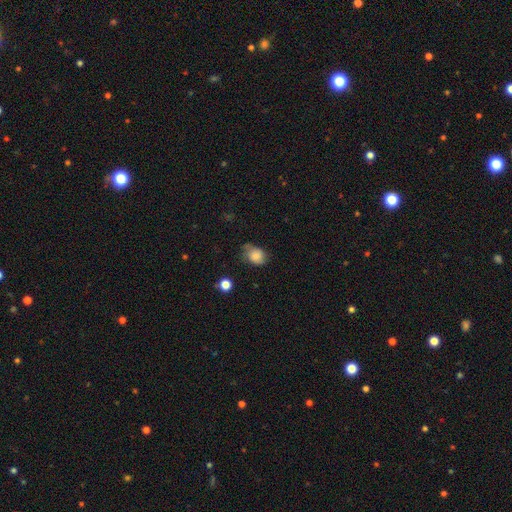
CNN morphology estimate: Q: Smooth or featured?
A: smooth (77%); runner-up: featured or disk (13%)
Q: How rounded?
A: in between (57%); runner-up: round (42%)
Q: Merging?
A: none (48%); runner-up: minor disturbance (35%)